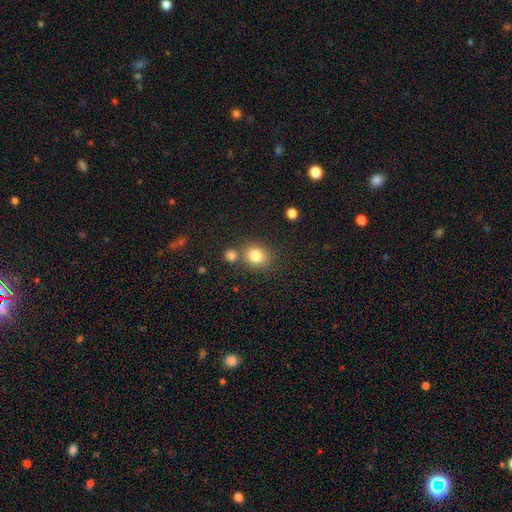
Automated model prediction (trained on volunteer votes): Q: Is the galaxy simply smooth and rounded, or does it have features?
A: smooth — 82%.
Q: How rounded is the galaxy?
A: round — 65%.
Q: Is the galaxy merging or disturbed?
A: none — 66%.